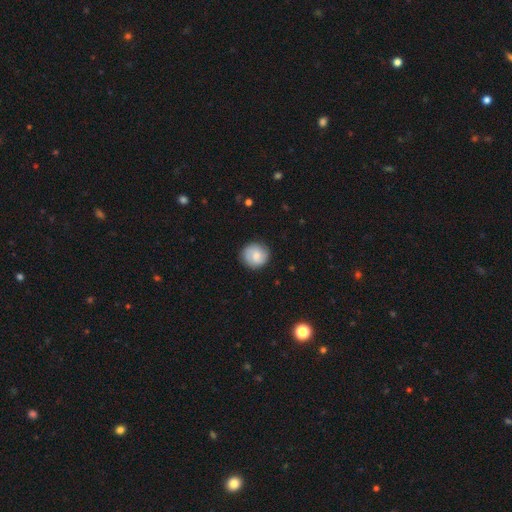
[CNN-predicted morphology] This appears to be a smooth galaxy with no disk features (63%) that is round (90%). Merging: none (86%).